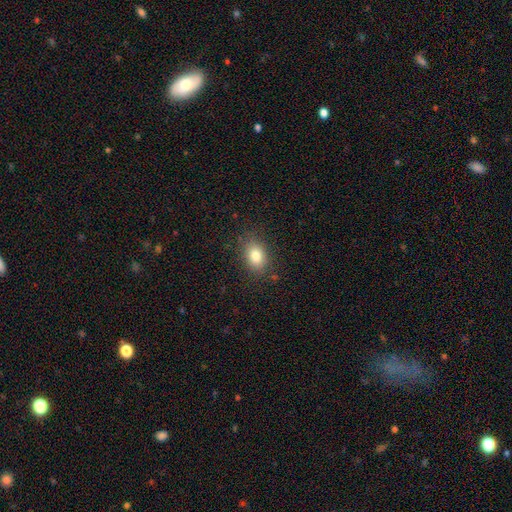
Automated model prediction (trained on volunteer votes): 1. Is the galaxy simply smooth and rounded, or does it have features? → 82% smooth, 10% star or artifact, 8% featured or disk.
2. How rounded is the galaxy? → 74% in between, 25% round, 1% cigar-shaped.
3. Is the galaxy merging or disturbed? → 84% none, 11% minor disturbance, 3% major disturbance, 1% merger.